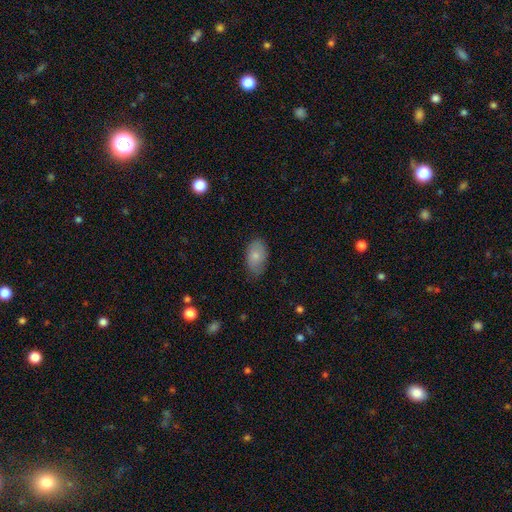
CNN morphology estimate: smooth-or-featured: smooth: 80% | featured or disk: 14% | star or artifact: 6%
  how-rounded: in between: 92% | round: 6% | cigar-shaped: 2%
  merging: none: 74% | minor disturbance: 21% | major disturbance: 4% | merger: 1%